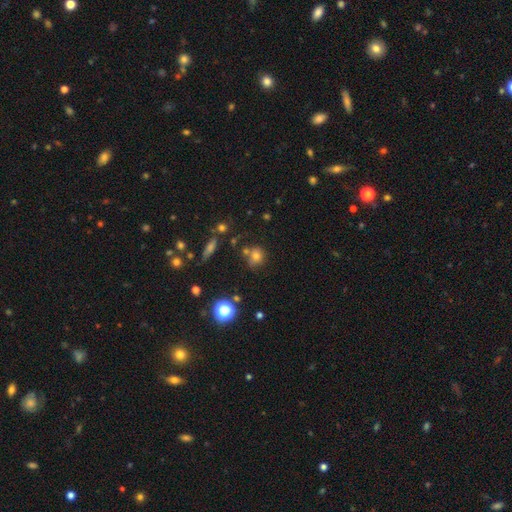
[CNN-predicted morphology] Smooth or featured? Predicted: smooth (p=0.71). How rounded? Predicted: round (p=0.78). Merging? Predicted: none (p=0.64).